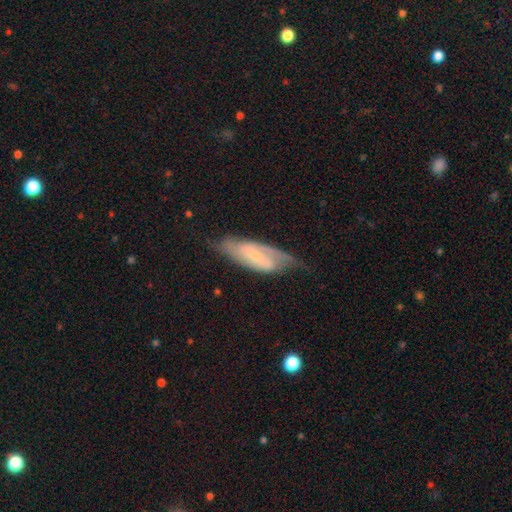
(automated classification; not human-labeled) Overall: featured or disk (77%). Edge-on disk: no (89%). Bar: weak (43%; no 30%). Spiral arms: yes (92%). Spiral arm count: 2 (76%). Spiral winding: medium (45%; tight 35%). Bulge size: small (69%). Merging: none (64%; minor disturbance 25%).